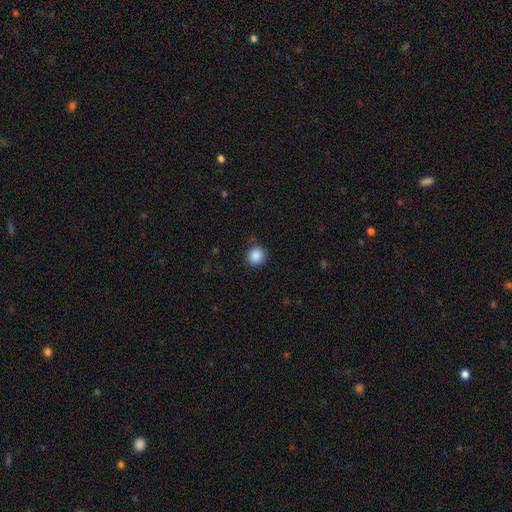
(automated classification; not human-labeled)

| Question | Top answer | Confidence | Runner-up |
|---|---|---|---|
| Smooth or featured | smooth | 88% | star or artifact (10%) |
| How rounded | round | 90% | in between (9%) |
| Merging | none | 85% | minor disturbance (11%) |